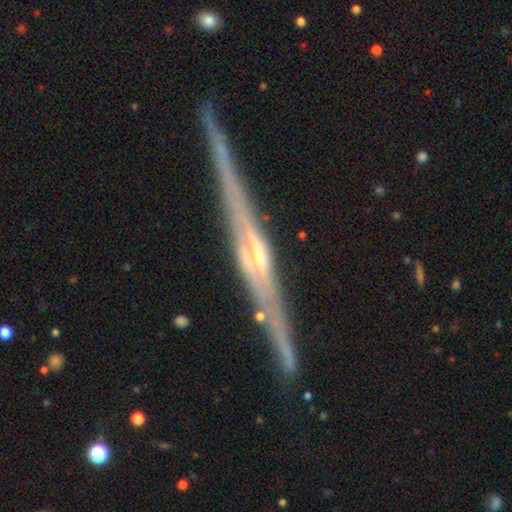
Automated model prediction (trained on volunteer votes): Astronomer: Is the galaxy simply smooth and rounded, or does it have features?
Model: featured or disk — 88%.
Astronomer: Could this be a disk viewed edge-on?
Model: yes — 98%.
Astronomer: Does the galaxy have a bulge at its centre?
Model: rounded — 56%.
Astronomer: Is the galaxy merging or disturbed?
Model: none — 89%.